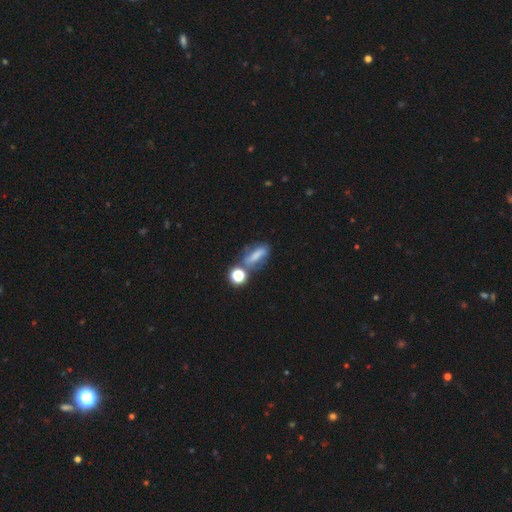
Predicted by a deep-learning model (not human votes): Q: Smooth or featured?
A: smooth (58%); runner-up: featured or disk (25%)
Q: How rounded?
A: in between (53%); runner-up: cigar-shaped (35%)
Q: Merging?
A: none (48%); runner-up: merger (21%)